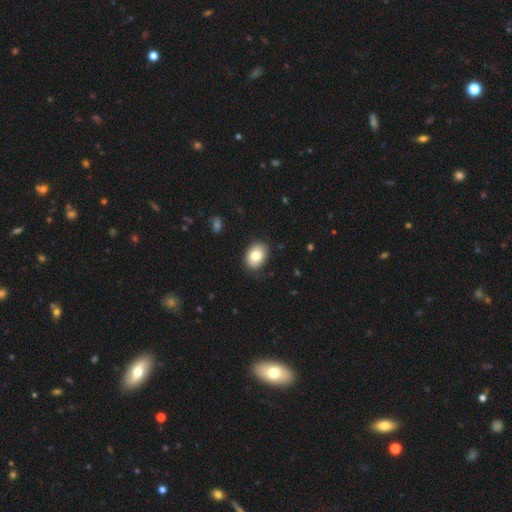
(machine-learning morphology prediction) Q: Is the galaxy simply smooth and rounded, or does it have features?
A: smooth — 82%.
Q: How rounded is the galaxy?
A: in between — 74%.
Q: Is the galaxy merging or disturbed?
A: none — 86%.